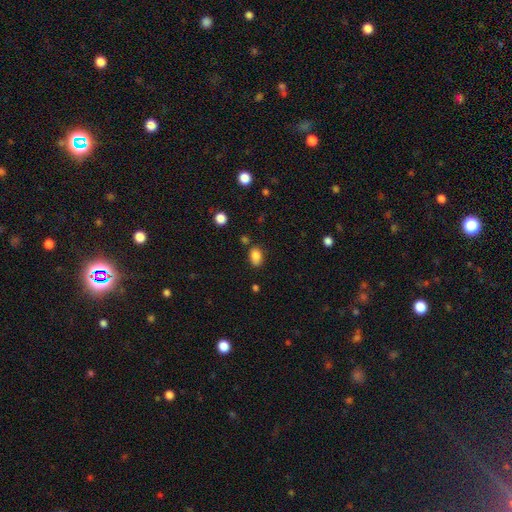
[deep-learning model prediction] Smooth or featured: smooth — 84% (star or artifact — 10%)
How rounded: in between — 81% (round — 17%)
Merging: none — 73% (minor disturbance — 17%)